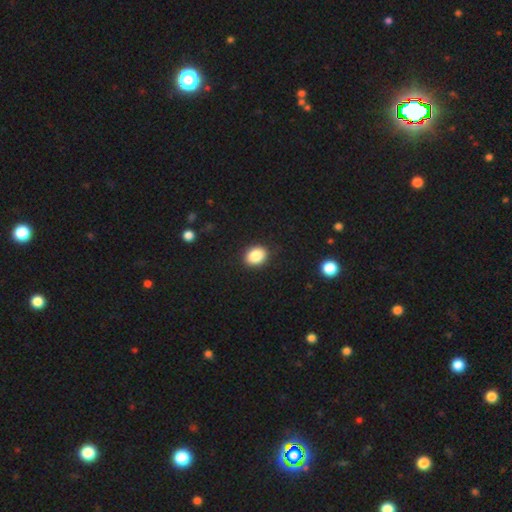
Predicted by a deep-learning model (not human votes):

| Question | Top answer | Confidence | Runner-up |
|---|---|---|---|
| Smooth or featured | smooth | 87% | star or artifact (9%) |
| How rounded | in between | 60% | round (39%) |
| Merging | none | 90% | minor disturbance (7%) |